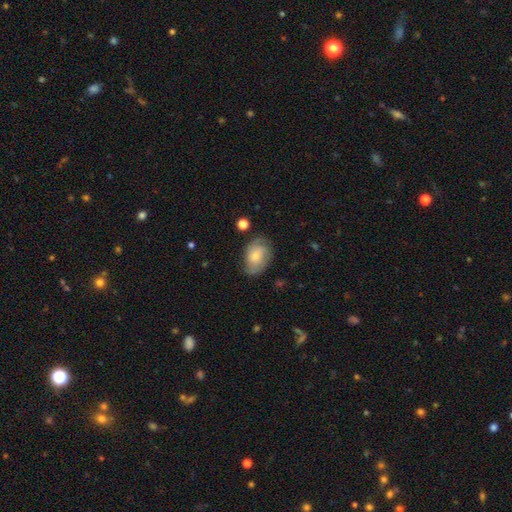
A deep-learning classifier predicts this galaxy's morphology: This appears to be a featured or disk galaxy (47%). Merging: none (66%).